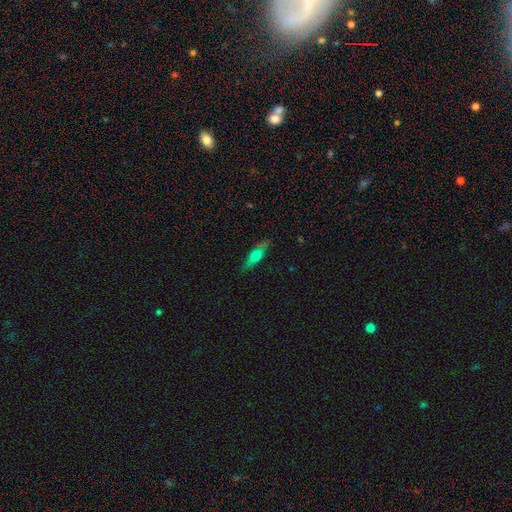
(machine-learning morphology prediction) smooth 56%, featured or disk 37%, star or artifact 8%. Down the decision tree: how rounded — cigar-shaped (52%); merging — none (75%).